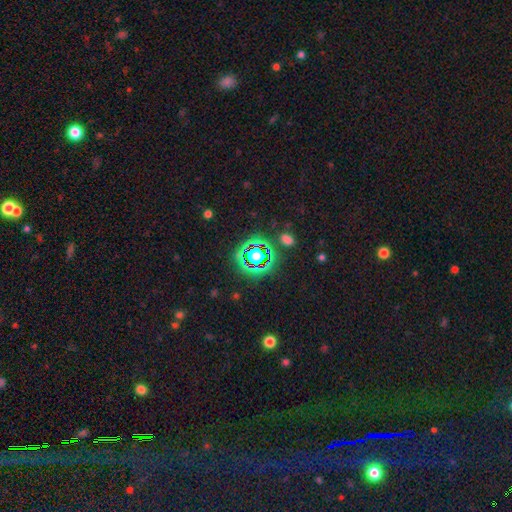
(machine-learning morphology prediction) Smooth or featured: star or artifact — 63% (smooth — 26%)